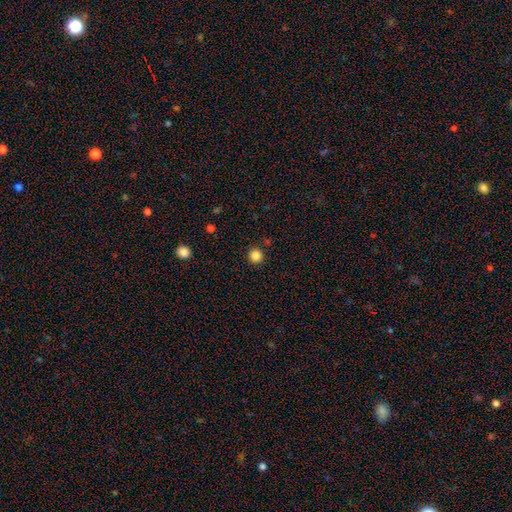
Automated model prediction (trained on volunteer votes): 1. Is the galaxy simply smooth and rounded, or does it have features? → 86% smooth, 11% star or artifact, 3% featured or disk.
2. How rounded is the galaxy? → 92% round, 7% in between, 1% cigar-shaped.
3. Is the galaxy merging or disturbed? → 90% none, 6% minor disturbance, 2% major disturbance, 2% merger.